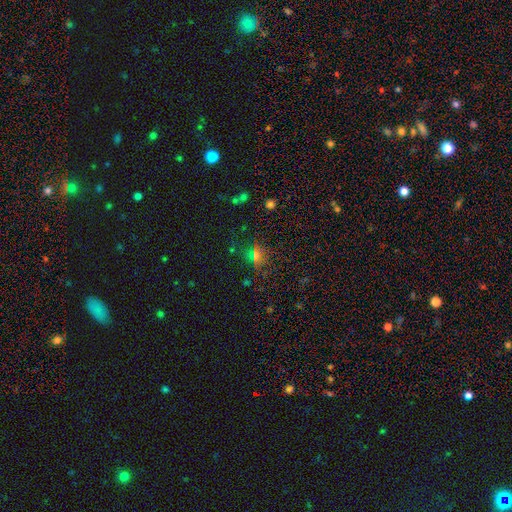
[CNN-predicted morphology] Smooth or featured: smooth — 46% (star or artifact — 41%)
Merging: none — 76% (minor disturbance — 13%)